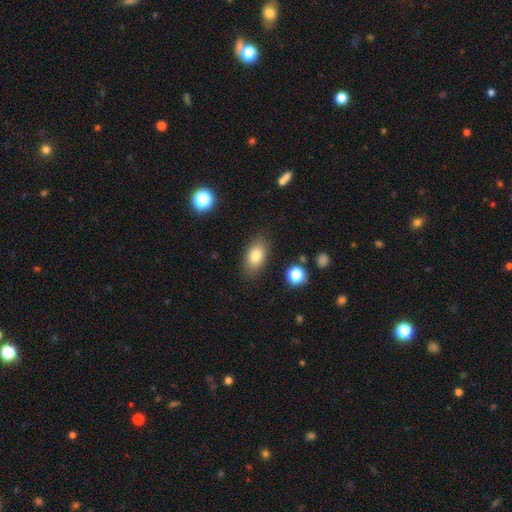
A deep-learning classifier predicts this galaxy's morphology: Smooth or featured? smooth (79%)
How rounded? in between (88%)
Merging? none (84%)